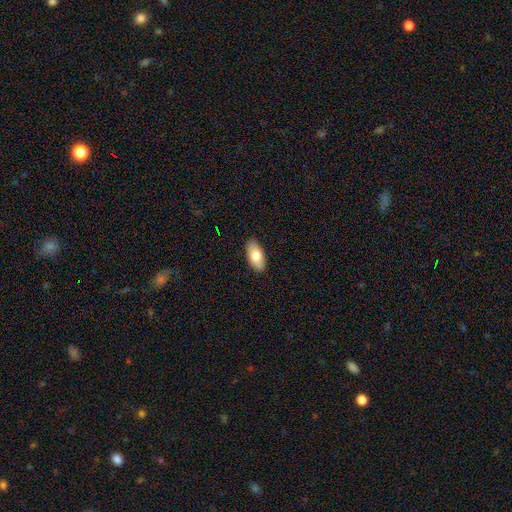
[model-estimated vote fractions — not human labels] This is likely a smooth galaxy (78%). How rounded: clearly in between (92%). Merging: clearly none (89%).